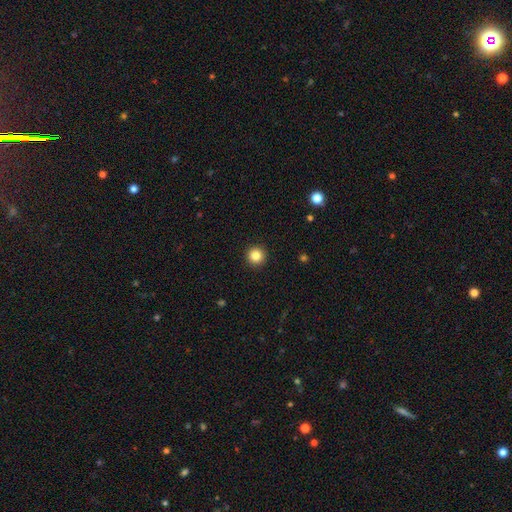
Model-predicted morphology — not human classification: Smooth or featured: smooth — 84% (star or artifact — 11%)
How rounded: round — 96% (in between — 3%)
Merging: none — 93% (minor disturbance — 4%)